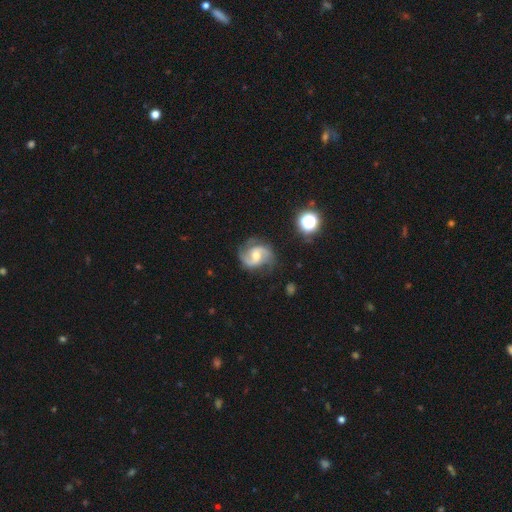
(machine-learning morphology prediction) smooth_or_featured: featured or disk (p=0.86) [alt: smooth p=0.08]
disk_edge_on: no (p=0.98) [alt: yes p=0.02]
bar: weak (p=0.49) [alt: no p=0.37]
has_spiral_arms: yes (p=0.97) [alt: no p=0.03]
spiral_winding: medium (p=0.53) [alt: loose p=0.30]
spiral_arm_count: 2 (p=0.90) [alt: can't tell p=0.04]
bulge_size: moderate (p=0.63) [alt: small p=0.29]
merging: none (p=0.76) [alt: minor disturbance p=0.17]